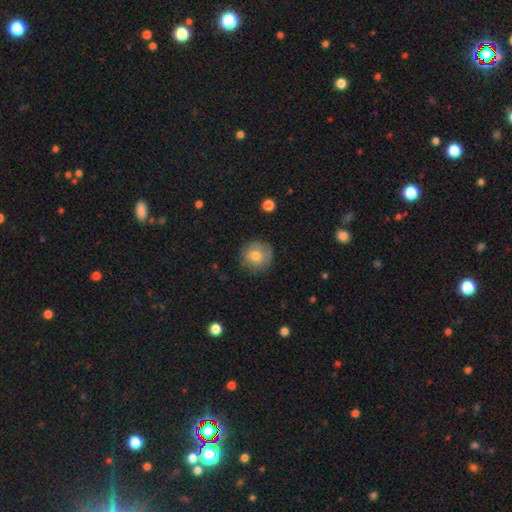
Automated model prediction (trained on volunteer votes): This is likely a smooth galaxy (73%). How rounded: clearly round (93%). Merging: clearly none (81%).